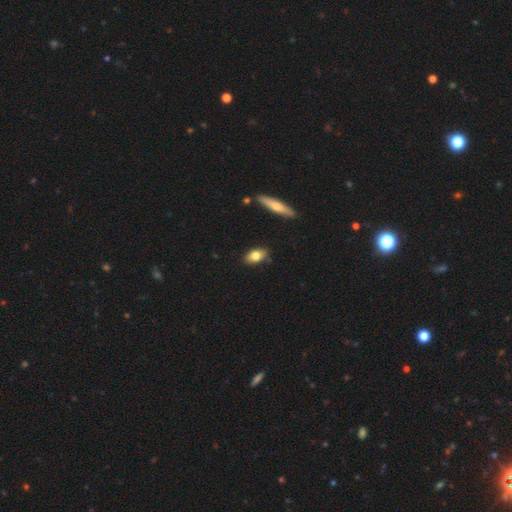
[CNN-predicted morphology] type=smooth (76%); roundness=in between (84%); merging=none (83%).